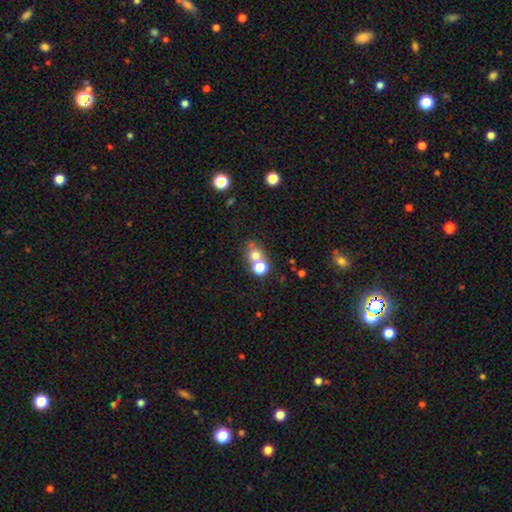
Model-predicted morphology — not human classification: This appears to be a smooth galaxy with no disk features (69%) that is round (80%). Merging: none (45%).